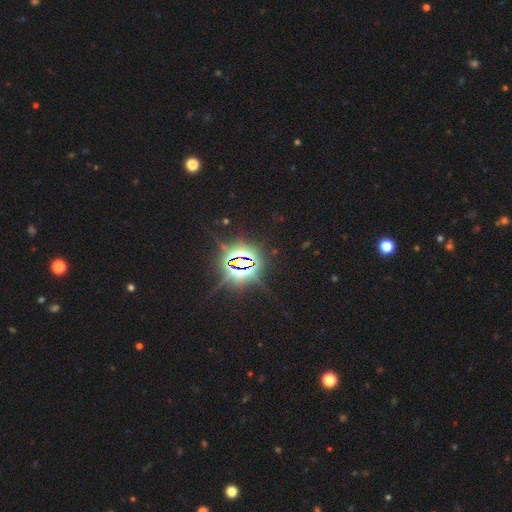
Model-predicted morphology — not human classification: Q: Smooth or featured?
A: star or artifact (87%); runner-up: smooth (8%)